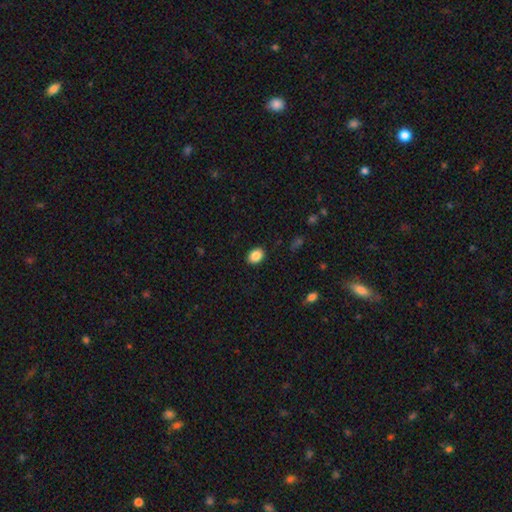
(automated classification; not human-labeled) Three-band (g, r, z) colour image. It shows a smooth galaxy with no disk features (88%) that is in between round and cigar-shaped (65%). Merging: none (89%).